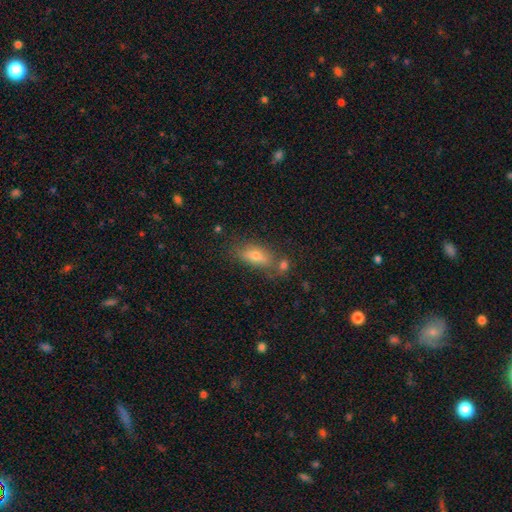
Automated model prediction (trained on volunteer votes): Q: Smooth or featured?
A: smooth (69%); runner-up: featured or disk (21%)
Q: How rounded?
A: in between (69%); runner-up: cigar-shaped (26%)
Q: Merging?
A: none (66%); runner-up: minor disturbance (16%)